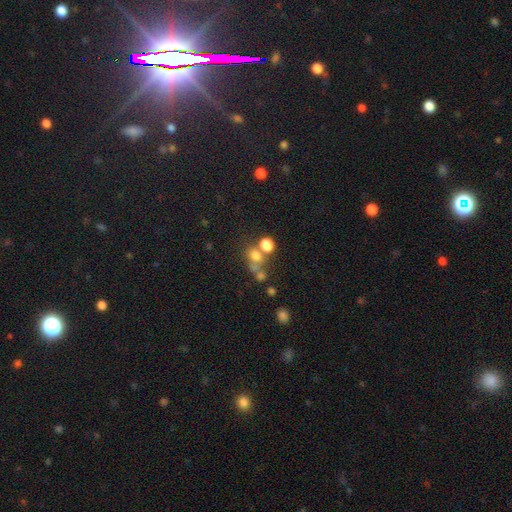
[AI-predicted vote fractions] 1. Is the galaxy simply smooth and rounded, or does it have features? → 67% smooth, 19% star or artifact, 14% featured or disk.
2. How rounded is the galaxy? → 69% round, 30% in between, 1% cigar-shaped.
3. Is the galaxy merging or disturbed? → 42% none, 39% merger, 10% minor disturbance, 8% major disturbance.